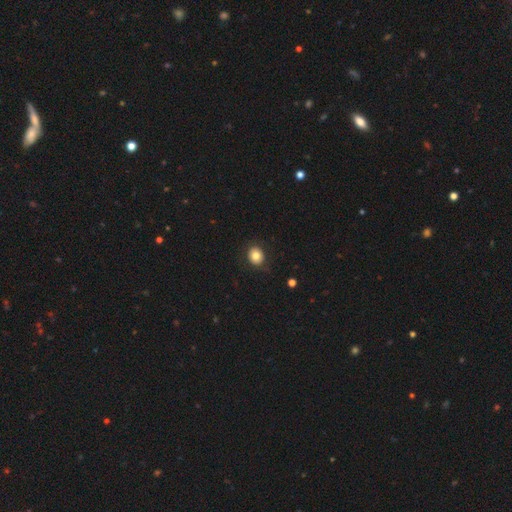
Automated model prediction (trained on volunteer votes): Smooth or featured? Predicted: smooth (p=0.81). How rounded? Predicted: round (p=0.67). Merging? Predicted: none (p=0.84).